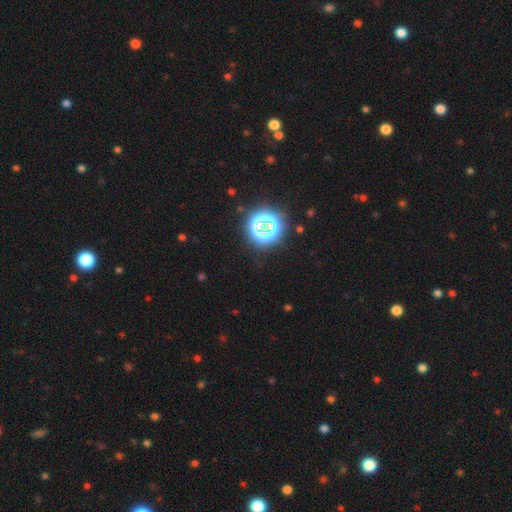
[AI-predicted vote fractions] Morphology: type=star or artifact (83%).